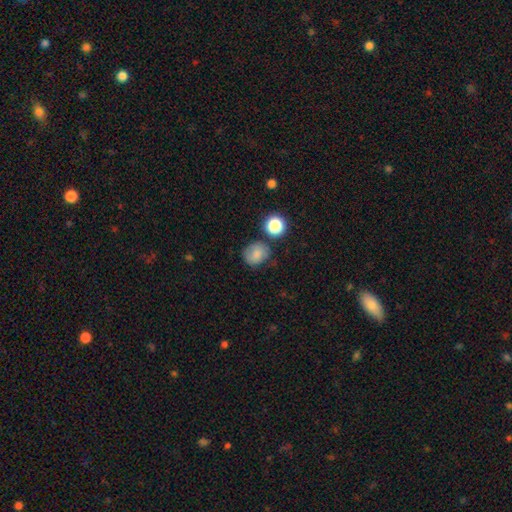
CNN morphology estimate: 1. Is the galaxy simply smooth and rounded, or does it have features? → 76% smooth, 12% star or artifact, 12% featured or disk.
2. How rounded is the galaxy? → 72% round, 27% in between, 1% cigar-shaped.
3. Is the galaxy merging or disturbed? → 68% none, 19% minor disturbance, 7% merger, 6% major disturbance.